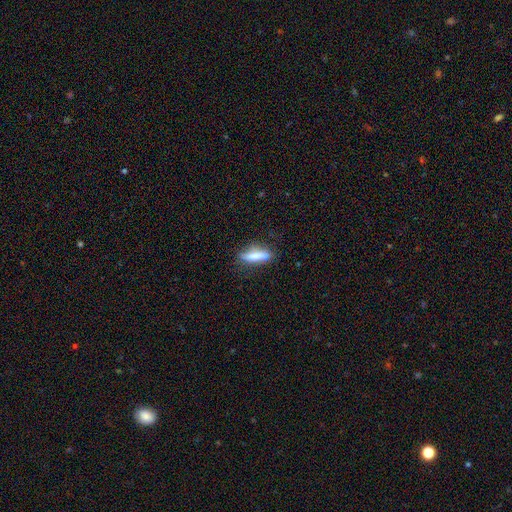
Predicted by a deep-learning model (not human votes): This appears to be a smooth galaxy with no disk features (72%) that is cigar-shaped (69%). Merging: none (75%).